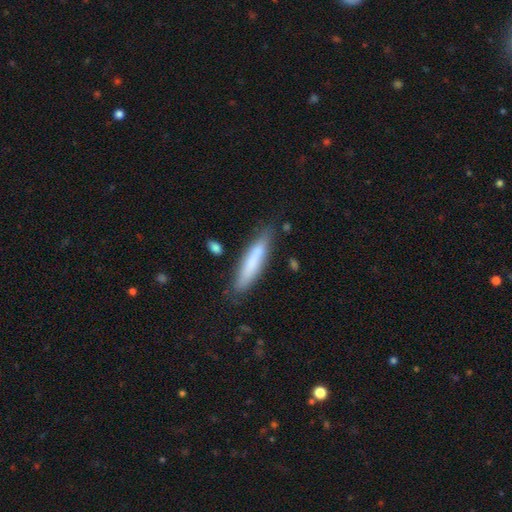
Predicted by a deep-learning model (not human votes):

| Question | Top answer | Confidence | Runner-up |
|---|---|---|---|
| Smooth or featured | smooth | 74% | featured or disk (20%) |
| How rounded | cigar-shaped | 85% | in between (14%) |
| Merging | none | 80% | minor disturbance (15%) |